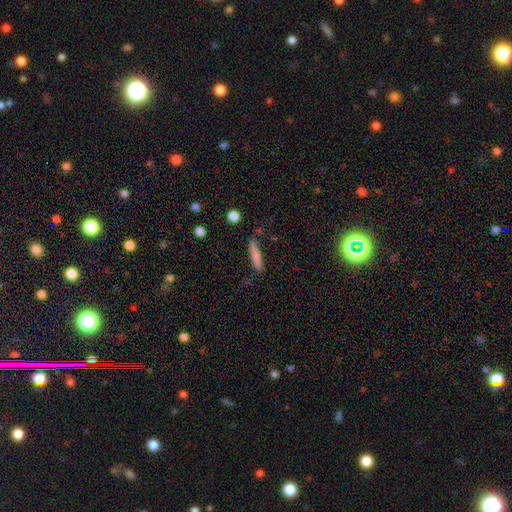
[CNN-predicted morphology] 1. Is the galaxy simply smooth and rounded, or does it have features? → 77% smooth, 16% featured or disk, 7% star or artifact.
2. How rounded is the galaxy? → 87% cigar-shaped, 11% in between, 2% round.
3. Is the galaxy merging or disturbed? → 77% none, 16% minor disturbance, 4% major disturbance, 3% merger.